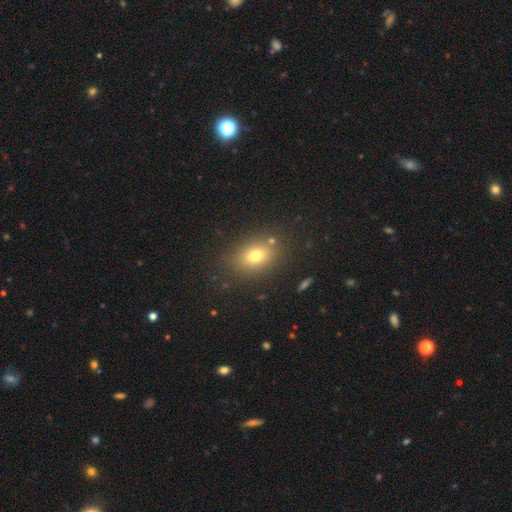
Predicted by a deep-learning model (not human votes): Smooth or featured: smooth — 74% (star or artifact — 14%)
How rounded: in between — 72% (round — 27%)
Merging: none — 80% (minor disturbance — 11%)